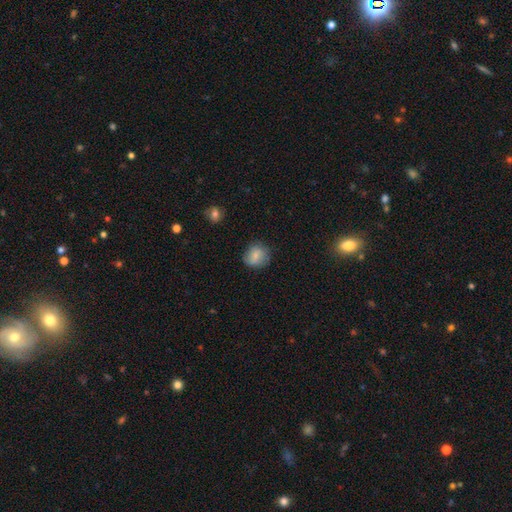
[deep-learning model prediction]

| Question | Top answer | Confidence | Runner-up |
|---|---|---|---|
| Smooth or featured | smooth | 78% | featured or disk (13%) |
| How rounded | round | 78% | in between (21%) |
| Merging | none | 74% | minor disturbance (20%) |